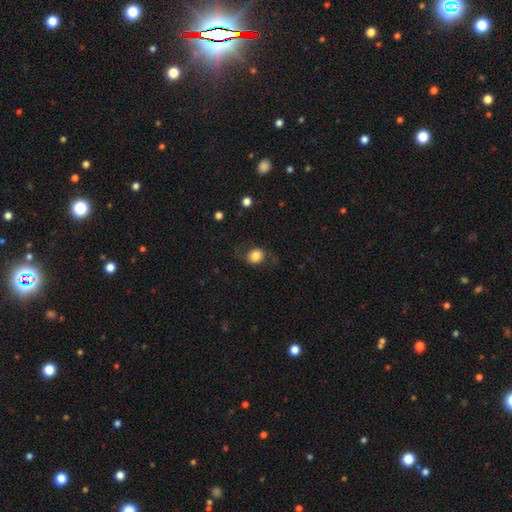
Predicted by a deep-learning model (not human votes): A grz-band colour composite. It shows a smooth galaxy with no disk features (70%) that is round (72%). Merging: none (68%).